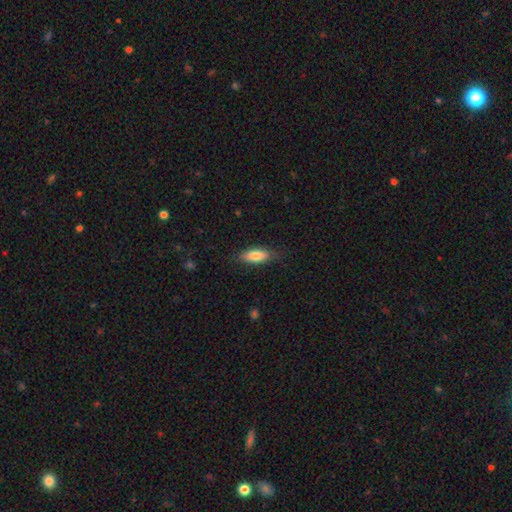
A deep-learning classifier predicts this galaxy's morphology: Q: Smooth or featured?
A: smooth (79%); runner-up: featured or disk (15%)
Q: How rounded?
A: in between (70%); runner-up: cigar-shaped (28%)
Q: Merging?
A: none (80%); runner-up: minor disturbance (15%)